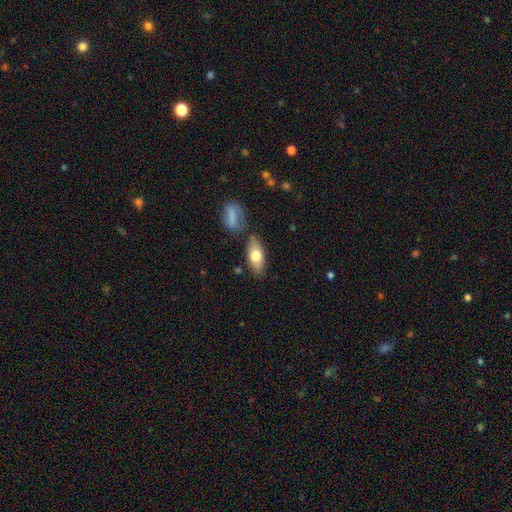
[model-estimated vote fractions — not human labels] smooth_or_featured: smooth (p=0.73) [alt: featured or disk p=0.21]
how_rounded: in between (p=0.86) [alt: cigar-shaped p=0.10]
merging: none (p=0.74) [alt: minor disturbance p=0.14]